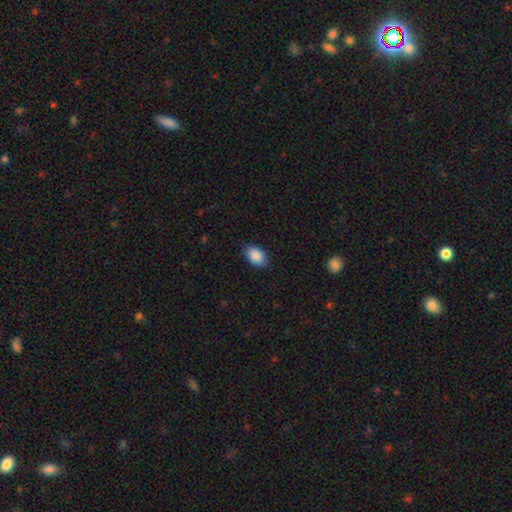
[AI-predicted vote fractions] The model was most divided on "merging": none: 84%, minor disturbance: 13%, major disturbance: 3%, merger: 1%. More confident: smooth or featured — smooth (89%); how rounded — in between (89%).